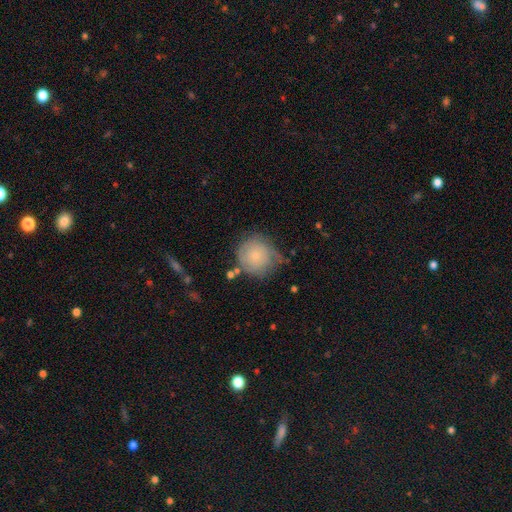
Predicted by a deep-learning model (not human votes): A smooth galaxy with no disk features (61%) that is round (91%).

Vote fractions:
- Smooth or featured? smooth: 61% / featured or disk: 31% / star or artifact: 8%
- How rounded? round: 91% / in between: 8% / cigar-shaped: 1%
- Merging? none: 57% / minor disturbance: 29% / major disturbance: 10% / merger: 5%